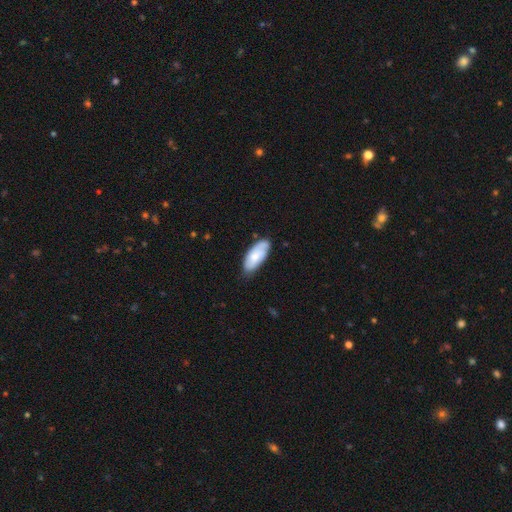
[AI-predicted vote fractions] smooth_or_featured: smooth (p=0.58) [alt: featured or disk p=0.36]
how_rounded: in between (p=0.85) [alt: cigar-shaped p=0.14]
merging: none (p=0.72) [alt: minor disturbance p=0.22]